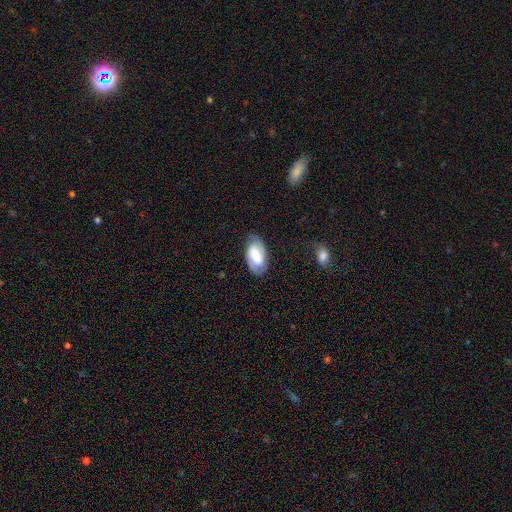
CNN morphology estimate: This is possibly a featured or disk galaxy (49%). Merging: likely none (77%).